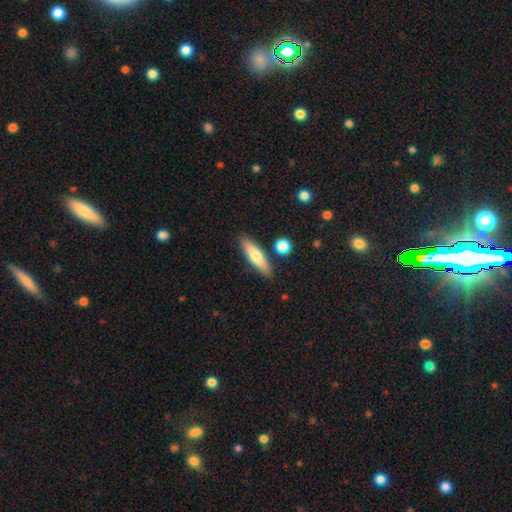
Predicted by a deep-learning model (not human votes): This is likely a smooth galaxy (70%). How rounded: likely cigar-shaped (65%). Merging: clearly none (84%).